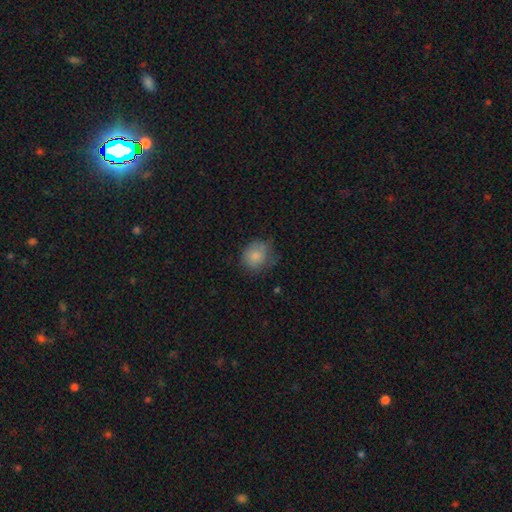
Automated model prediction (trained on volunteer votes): Smooth or featured?
  - smooth: 79% *
  - featured or disk: 13%
  - star or artifact: 8%
How rounded?
  - round: 72% *
  - in between: 27%
  - cigar-shaped: 1%
Merging?
  - none: 56% *
  - minor disturbance: 31%
  - major disturbance: 12%
  - merger: 1%